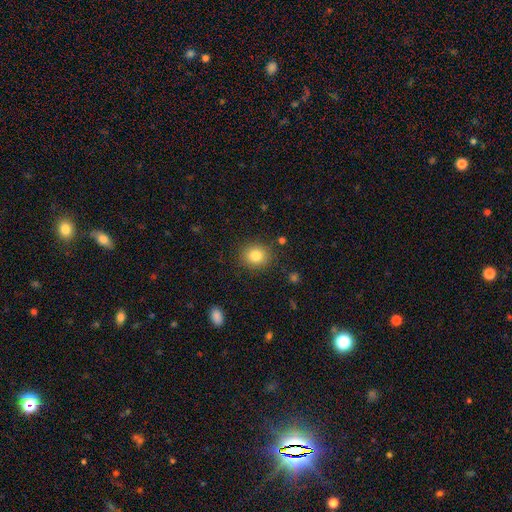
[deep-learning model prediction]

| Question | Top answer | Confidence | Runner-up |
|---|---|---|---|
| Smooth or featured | smooth | 83% | star or artifact (11%) |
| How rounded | round | 79% | in between (20%) |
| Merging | none | 87% | minor disturbance (9%) |